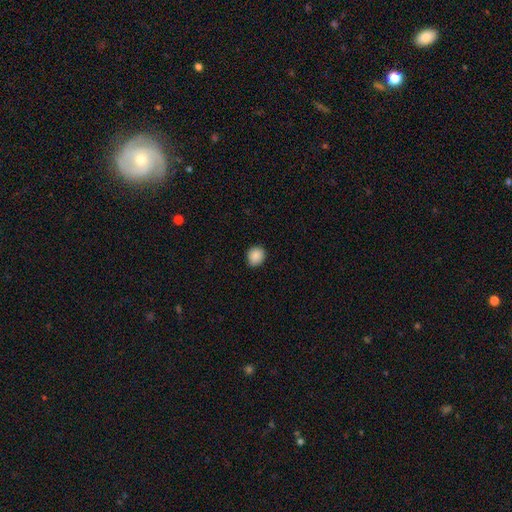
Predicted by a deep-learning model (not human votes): Smooth or featured? smooth (89%)
How rounded? round (77%)
Merging? none (88%)